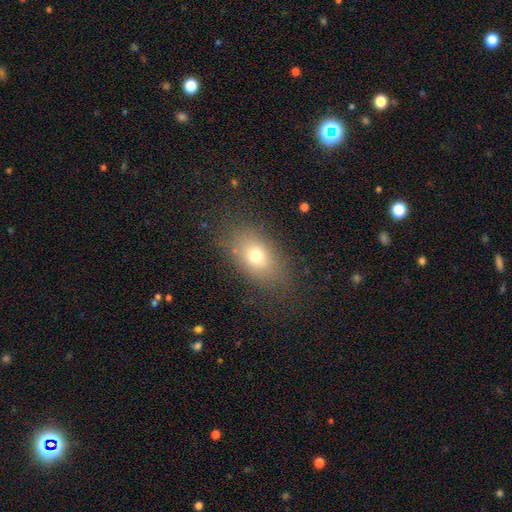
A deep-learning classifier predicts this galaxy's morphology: This is likely a smooth galaxy (70%). How rounded: likely in between (79%). Merging: likely none (78%).